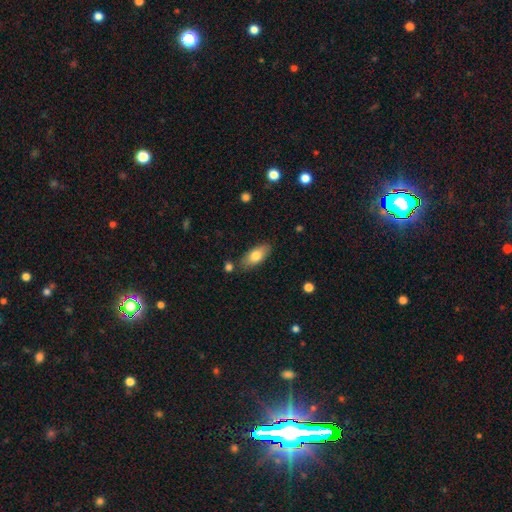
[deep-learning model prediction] smooth 76%, featured or disk 17%, star or artifact 7%. Down the decision tree: how rounded — in between (84%); merging — none (80%).